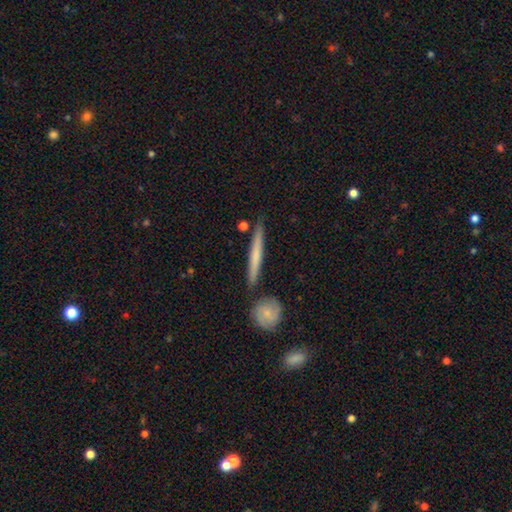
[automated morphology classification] A smooth galaxy with no disk features (52%) that is cigar-shaped (95%). Merging: none (85%).